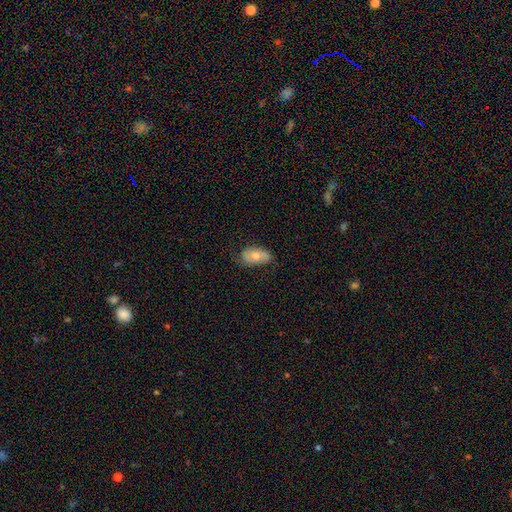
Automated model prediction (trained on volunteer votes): Smooth or featured? Predicted: smooth (p=0.61). How rounded? Predicted: in between (p=0.91). Merging? Predicted: none (p=0.61).